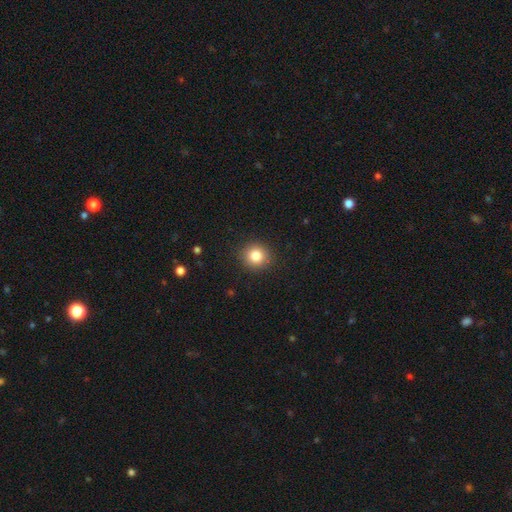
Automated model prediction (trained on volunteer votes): A smooth galaxy with no disk features (84%) that is round (91%). Merging: none (91%).